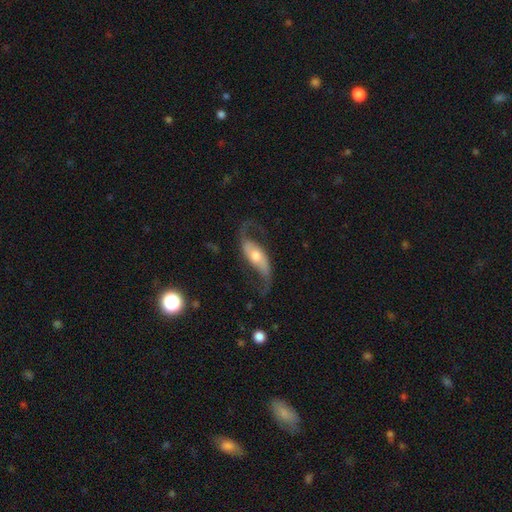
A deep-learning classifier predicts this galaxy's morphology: Smooth or featured? Predicted: featured or disk (p=0.84). Edge-on disk? Predicted: no (p=0.91). Bar? Predicted: no (p=0.44). Spiral arms? Predicted: yes (p=0.95). Spiral winding? Predicted: loose (p=0.78). Spiral arm count? Predicted: 2 (p=0.93). Bulge size? Predicted: moderate (p=0.60). Merging? Predicted: none (p=0.69).